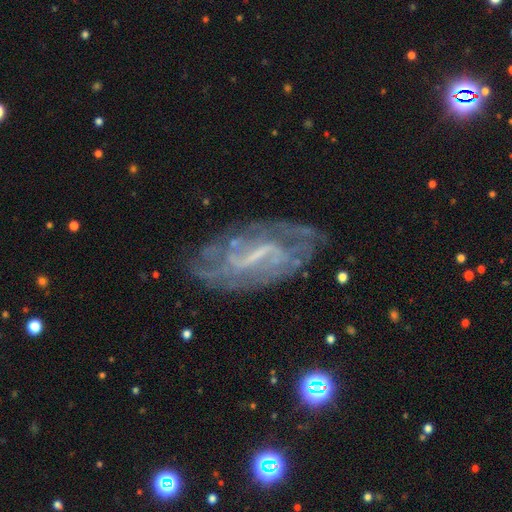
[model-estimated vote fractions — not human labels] Smooth or featured? Predicted: featured or disk (p=0.81). Edge-on disk? Predicted: no (p=0.93). Bar? Predicted: weak (p=0.43). Spiral arms? Predicted: yes (p=0.85). Spiral winding? Predicted: tight (p=0.46). Spiral arm count? Predicted: can't tell (p=0.46). Bulge size? Predicted: small (p=0.41). Merging? Predicted: none (p=0.69).